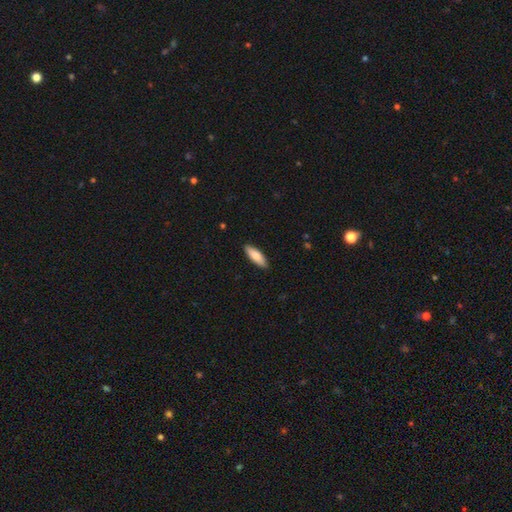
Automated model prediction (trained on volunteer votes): This is clearly a smooth galaxy (81%). How rounded: possibly in between (55%). Merging: clearly none (89%).